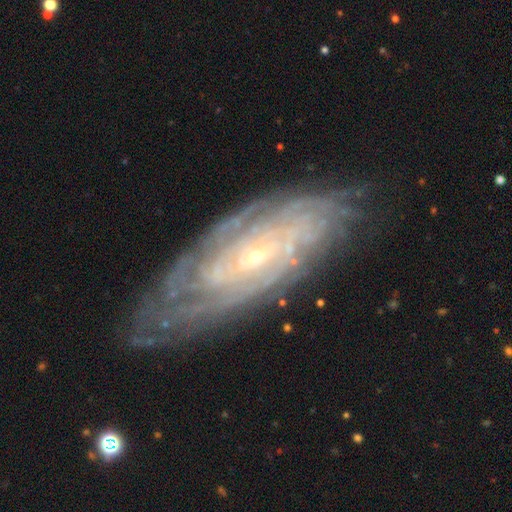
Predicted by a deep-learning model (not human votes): This is clearly a featured or disk galaxy (87%). It is clearly not viewed edge-on (89%). Bar: likely no (60%). Spiral arm pattern: clearly yes (96%). Spiral arm count: marginally can't tell (41%). Spiral winding: clearly tight (81%). Central bulge: clearly small (83%). Merging: likely none (79%).